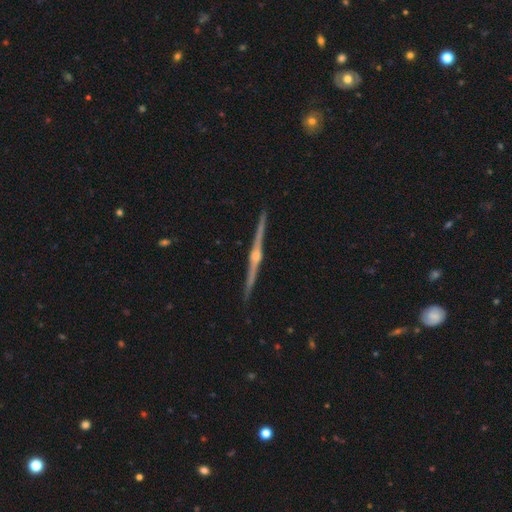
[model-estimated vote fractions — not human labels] Q: Smooth or featured?
A: featured or disk (87%); runner-up: smooth (8%)
Q: Edge-on disk?
A: yes (98%); runner-up: no (2%)
Q: Edge-on bulge?
A: rounded (87%); runner-up: none (8%)
Q: Merging?
A: none (90%); runner-up: minor disturbance (6%)